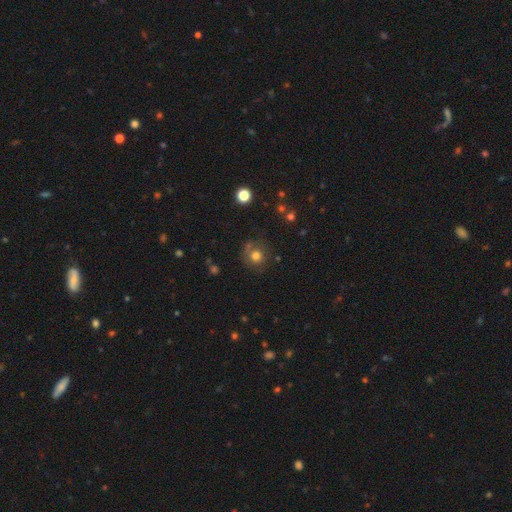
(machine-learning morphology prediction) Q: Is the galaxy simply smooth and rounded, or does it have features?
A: smooth — 74%.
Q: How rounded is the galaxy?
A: round — 89%.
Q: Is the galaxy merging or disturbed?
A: none — 71%.